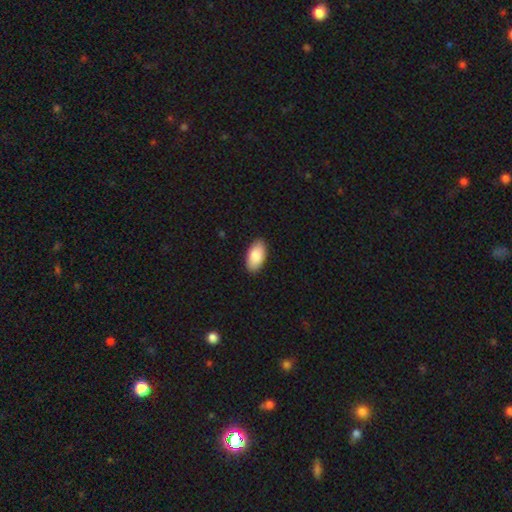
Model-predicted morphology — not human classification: This appears to be a smooth galaxy with no disk features (87%) that is in between round and cigar-shaped (96%). Merging: none (89%).